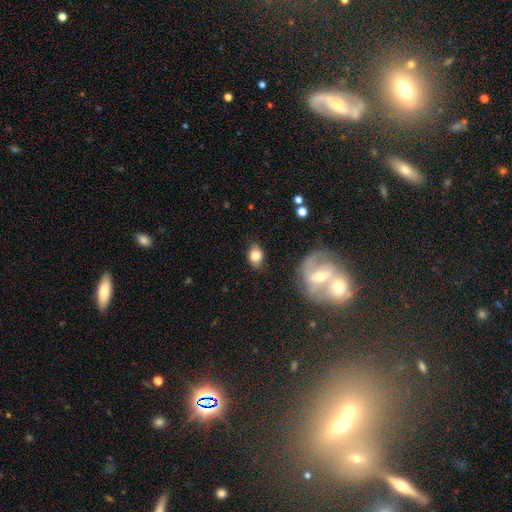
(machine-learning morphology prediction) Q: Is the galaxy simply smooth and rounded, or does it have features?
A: smooth — 78%.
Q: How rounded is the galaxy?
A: in between — 68%.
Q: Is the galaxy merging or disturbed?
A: none — 75%.